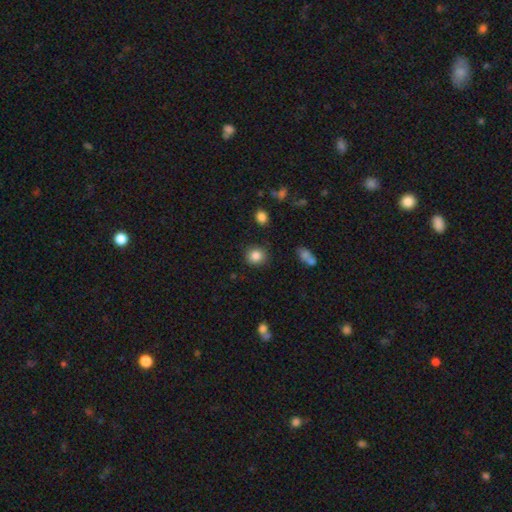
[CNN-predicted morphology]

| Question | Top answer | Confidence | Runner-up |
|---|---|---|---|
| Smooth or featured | smooth | 85% | star or artifact (10%) |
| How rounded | round | 83% | in between (16%) |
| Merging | none | 87% | minor disturbance (8%) |